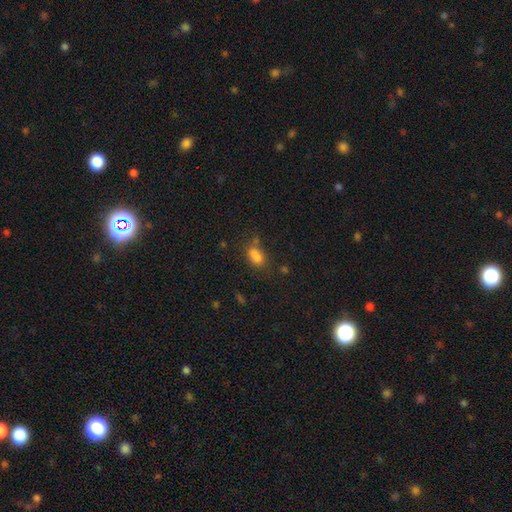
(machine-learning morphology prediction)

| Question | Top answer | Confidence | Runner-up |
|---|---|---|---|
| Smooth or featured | smooth | 74% | star or artifact (16%) |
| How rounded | in between | 76% | round (20%) |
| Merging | none | 47% | merger (25%) |